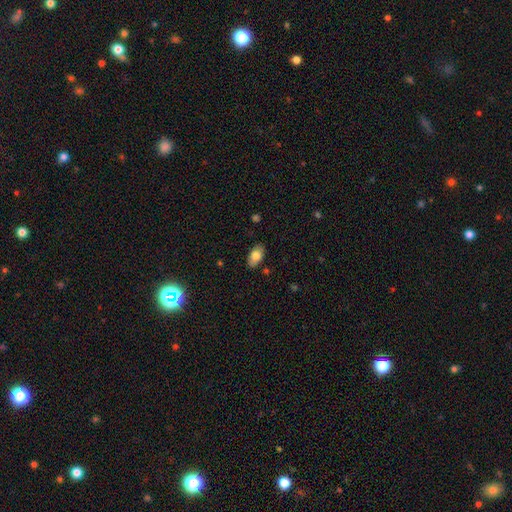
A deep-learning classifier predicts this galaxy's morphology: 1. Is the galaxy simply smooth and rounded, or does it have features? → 79% smooth, 13% featured or disk, 7% star or artifact.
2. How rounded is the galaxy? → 93% in between, 5% round, 2% cigar-shaped.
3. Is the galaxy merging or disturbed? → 85% none, 11% minor disturbance, 2% major disturbance, 1% merger.